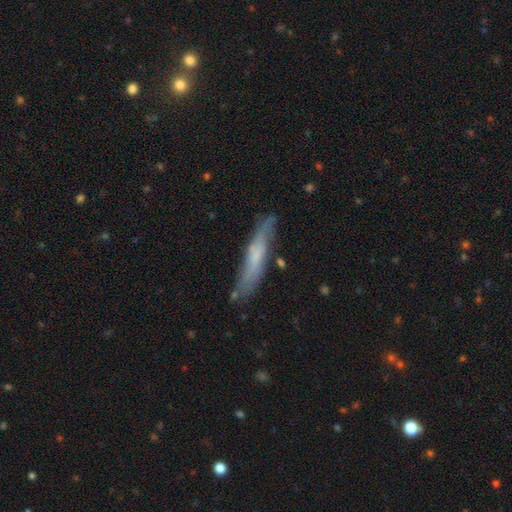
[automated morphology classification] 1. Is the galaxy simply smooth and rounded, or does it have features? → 52% smooth, 42% featured or disk, 6% star or artifact.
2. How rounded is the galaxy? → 89% cigar-shaped, 9% in between, 1% round.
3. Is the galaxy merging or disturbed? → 74% none, 19% minor disturbance, 4% major disturbance, 3% merger.